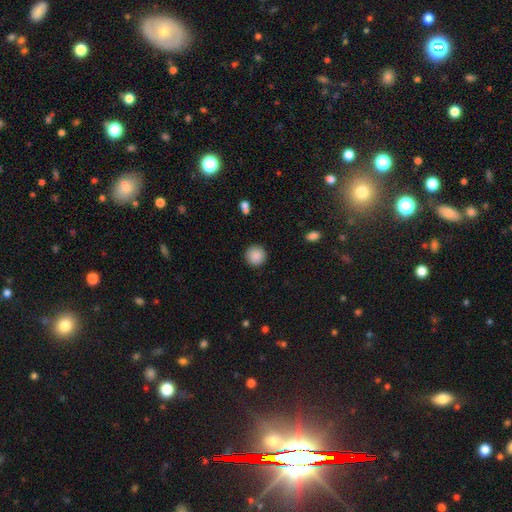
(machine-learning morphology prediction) smooth_or_featured: smooth (p=0.89) [alt: star or artifact p=0.08]
how_rounded: round (p=0.95) [alt: in between p=0.04]
merging: none (p=0.92) [alt: minor disturbance p=0.05]